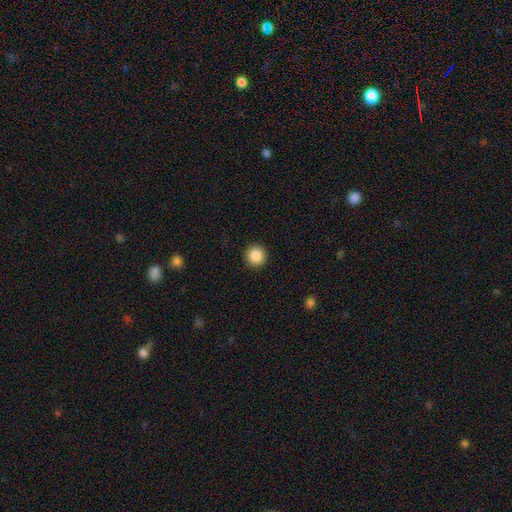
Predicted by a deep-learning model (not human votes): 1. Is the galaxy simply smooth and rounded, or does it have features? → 88% smooth, 9% star or artifact, 4% featured or disk.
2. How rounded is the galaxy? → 95% round, 4% in between, 1% cigar-shaped.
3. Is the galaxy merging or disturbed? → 93% none, 5% minor disturbance, 2% major disturbance, 1% merger.